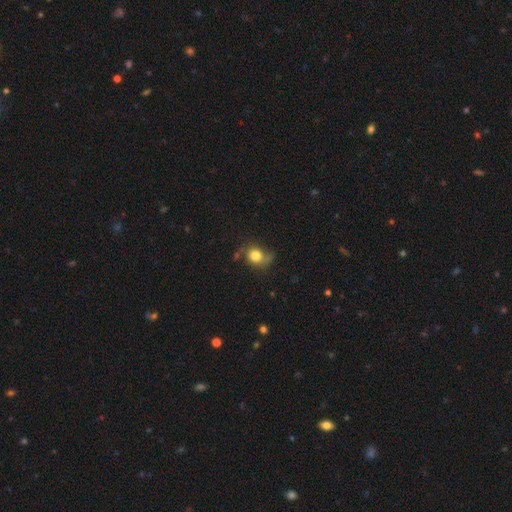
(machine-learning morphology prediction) This appears to be a smooth galaxy with no disk features (75%) that is round (68%). Merging: none (58%).